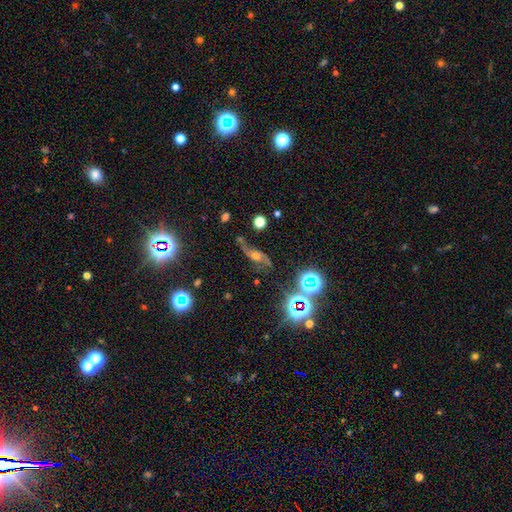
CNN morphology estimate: type=featured or disk (65%); edge-on=no (85%); bar=no (66%); spiral arms=yes (89%); bulge=moderate (57%); merging=none (61%).